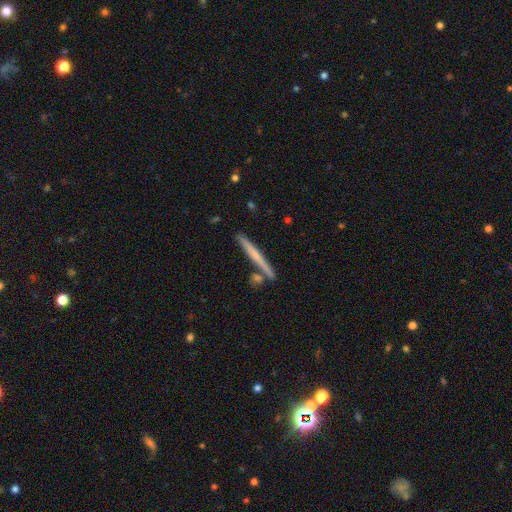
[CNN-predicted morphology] Smooth or featured? featured or disk (47%, tied with smooth)
Merging? none (84%)